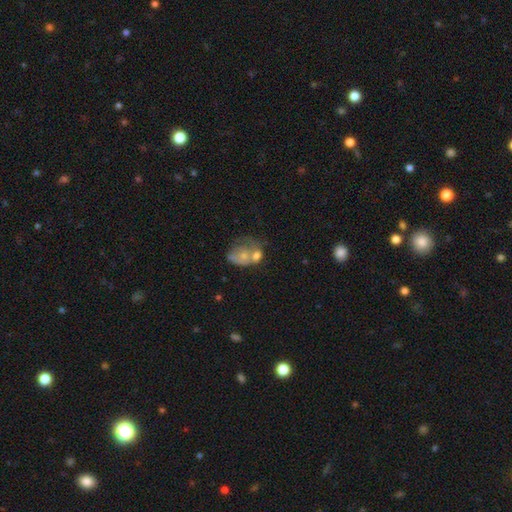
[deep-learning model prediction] smooth-or-featured: smooth: 52% | featured or disk: 39% | star or artifact: 9%
  how-rounded: in between: 60% | round: 39% | cigar-shaped: 1%
  merging: merger: 52% | major disturbance: 18% | none: 17% | minor disturbance: 13%